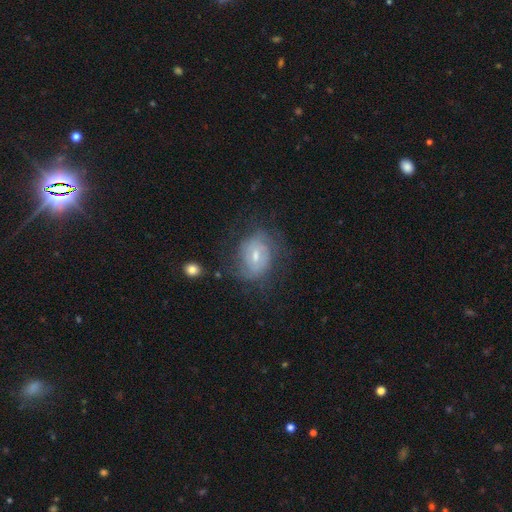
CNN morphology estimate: The model was most divided on "bulge size": moderate: 48%, small: 46%, large: 3%, none: 2%, dominant: 1%. Remaining: edge-on disk — no (96%); spiral arms — yes (79%); smooth or featured — featured or disk (67%); merging — none (61%); spiral winding — tight (56%); bar — weak (54%); spiral arm count — can't tell (50%).